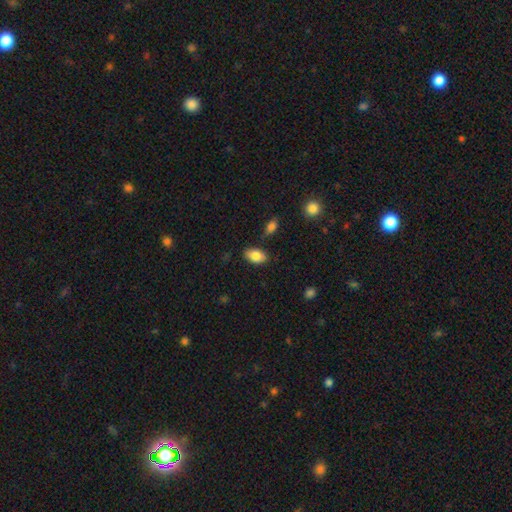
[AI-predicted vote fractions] A smooth galaxy with no disk features (84%) that is in between round and cigar-shaped (91%).

Vote fractions:
- Smooth or featured? smooth: 84% / featured or disk: 9% / star or artifact: 7%
- How rounded? in between: 91% / round: 7% / cigar-shaped: 2%
- Merging? none: 81% / minor disturbance: 13% / merger: 3% / major disturbance: 3%